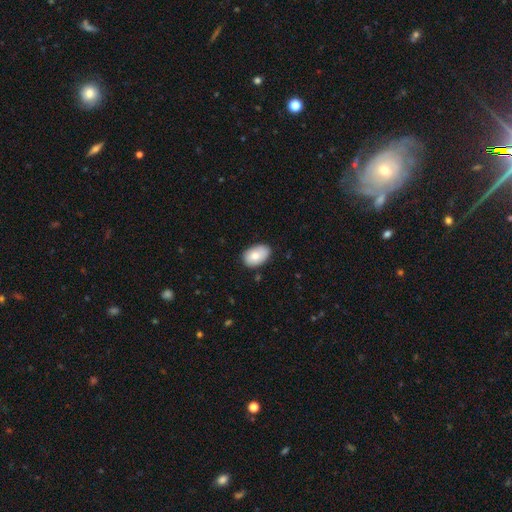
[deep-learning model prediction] This is clearly a smooth galaxy (81%). How rounded: clearly in between (89%). Merging: likely none (78%).